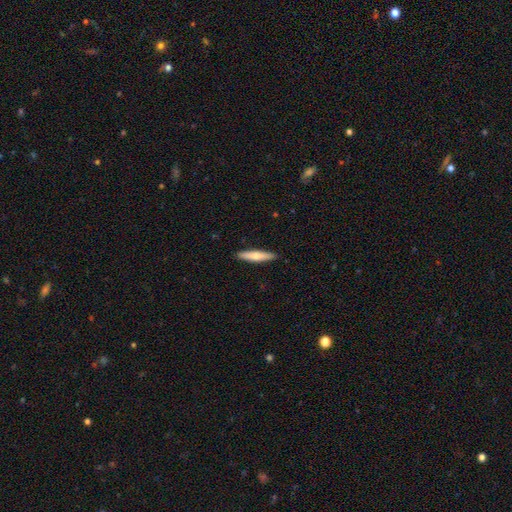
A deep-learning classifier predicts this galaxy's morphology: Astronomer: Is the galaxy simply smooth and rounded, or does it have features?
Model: smooth — 65%.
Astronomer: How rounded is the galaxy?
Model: cigar-shaped — 87%.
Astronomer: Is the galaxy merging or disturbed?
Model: none — 91%.